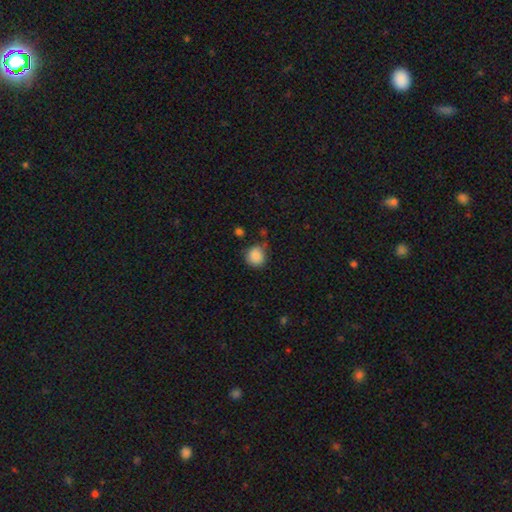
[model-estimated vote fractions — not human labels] Smooth or featured?
  - smooth: 87% *
  - star or artifact: 9%
  - featured or disk: 4%
How rounded?
  - round: 87% *
  - in between: 12%
  - cigar-shaped: 1%
Merging?
  - none: 76% *
  - minor disturbance: 16%
  - merger: 4%
  - major disturbance: 4%